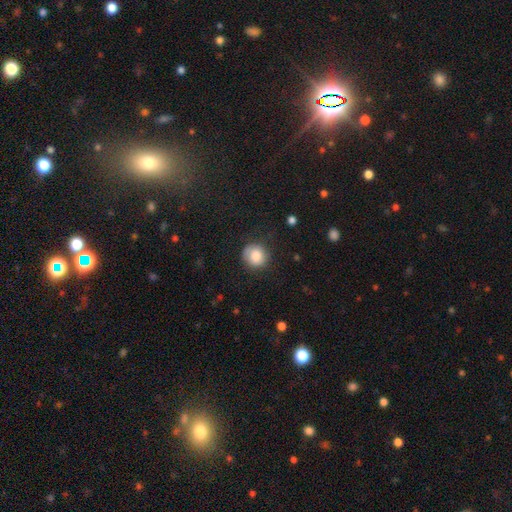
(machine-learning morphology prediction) Q: Smooth or featured?
A: smooth (83%); runner-up: star or artifact (9%)
Q: How rounded?
A: round (89%); runner-up: in between (10%)
Q: Merging?
A: none (75%); runner-up: minor disturbance (18%)